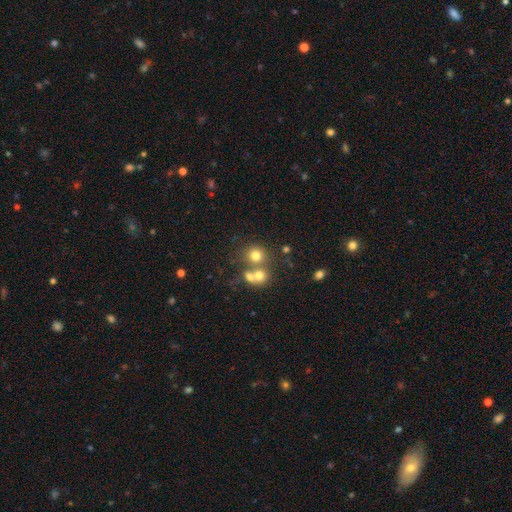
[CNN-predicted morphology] Overall: smooth (72%). How rounded: round (85%). Merging: none (51%; merger 37%).